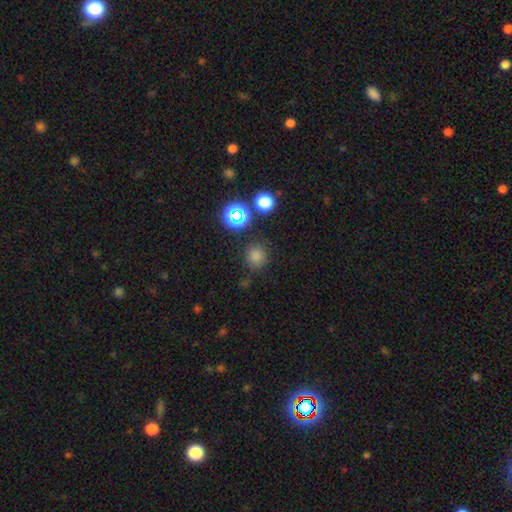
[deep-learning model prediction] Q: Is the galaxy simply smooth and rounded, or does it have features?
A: smooth — 73%.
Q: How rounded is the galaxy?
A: round — 92%.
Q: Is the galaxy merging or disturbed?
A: none — 85%.